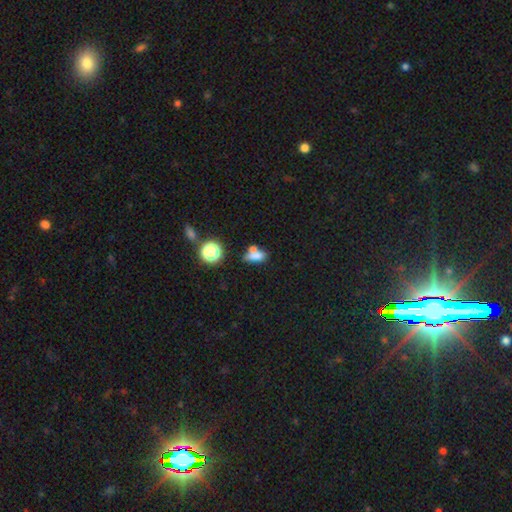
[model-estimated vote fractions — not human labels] Smooth or featured?
  - smooth: 68% *
  - star or artifact: 17%
  - featured or disk: 15%
How rounded?
  - in between: 64% *
  - round: 21%
  - cigar-shaped: 15%
Merging?
  - none: 42% *
  - merger: 36%
  - minor disturbance: 14%
  - major disturbance: 8%